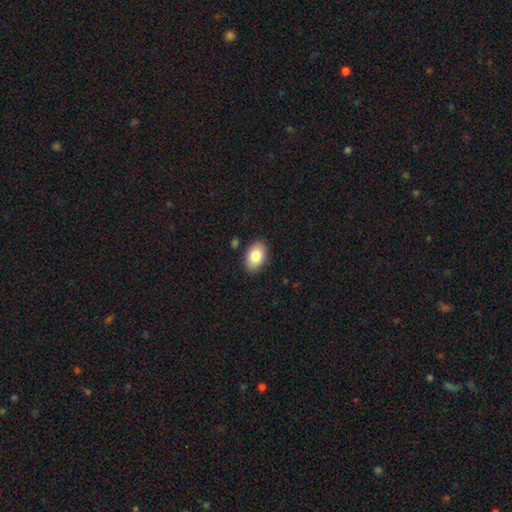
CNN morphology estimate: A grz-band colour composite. It shows a smooth galaxy with no disk features (82%) that is in between round and cigar-shaped (89%). Merging: none (87%).